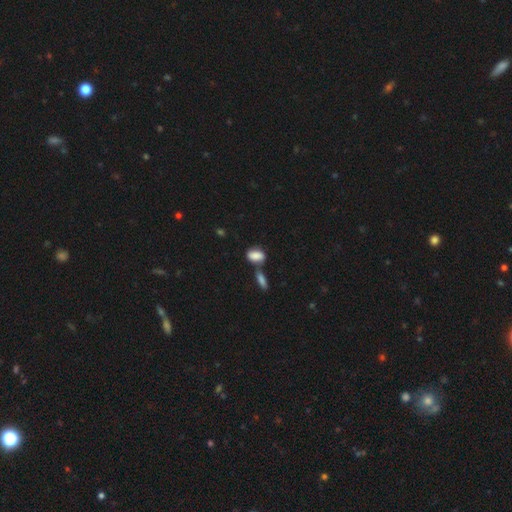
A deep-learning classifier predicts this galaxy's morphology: Q: Smooth or featured?
A: smooth (84%); runner-up: star or artifact (8%)
Q: How rounded?
A: in between (85%); runner-up: round (9%)
Q: Merging?
A: none (49%); runner-up: merger (31%)